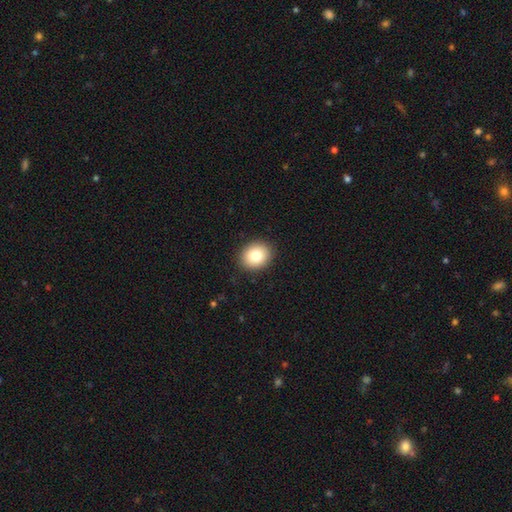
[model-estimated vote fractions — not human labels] smooth 81%, featured or disk 10%, star or artifact 9%. Down the decision tree: how rounded — round (67%); merging — none (91%).